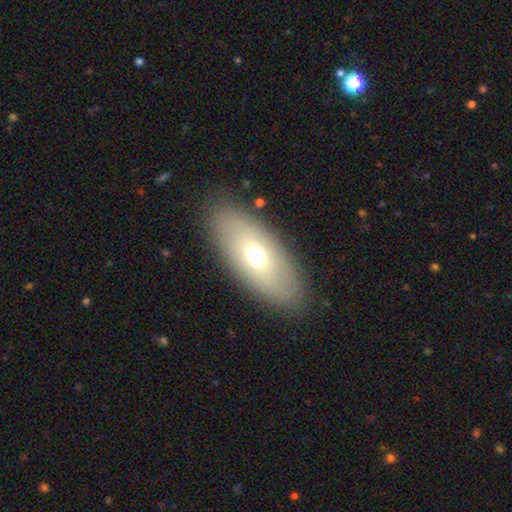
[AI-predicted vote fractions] Smooth or featured? Predicted: smooth (p=0.62). How rounded? Predicted: in between (p=0.86). Merging? Predicted: none (p=0.86).